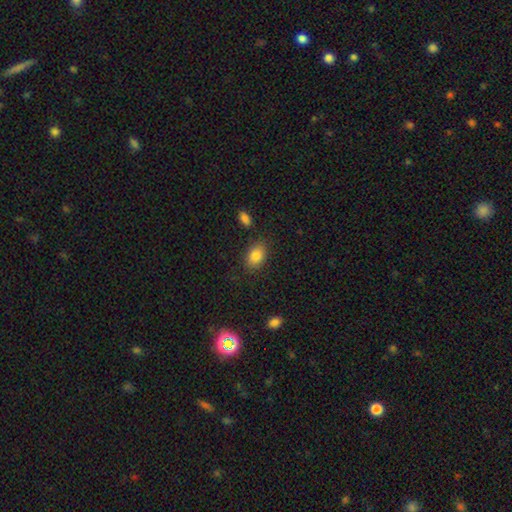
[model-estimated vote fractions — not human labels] smooth 85%, star or artifact 8%, featured or disk 7%. Down the decision tree: how rounded — in between (81%); merging — none (82%).